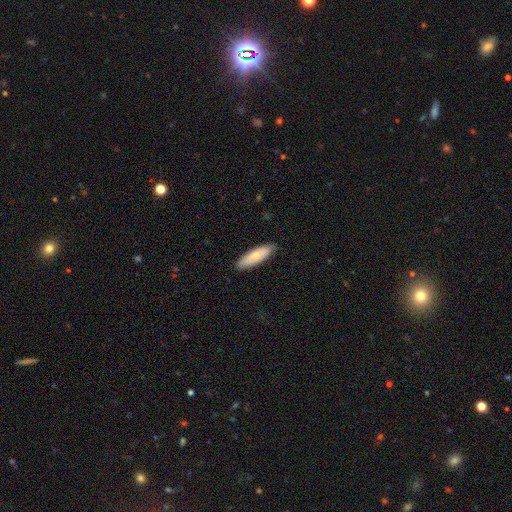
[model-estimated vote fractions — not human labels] smooth 71%, featured or disk 23%, star or artifact 5%. Down the decision tree: how rounded — in between (51%); merging — none (82%).